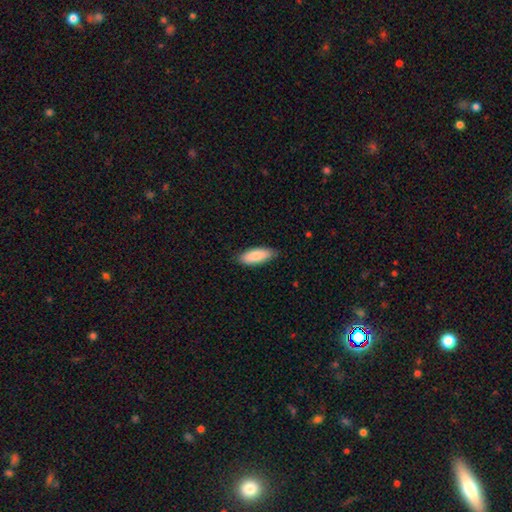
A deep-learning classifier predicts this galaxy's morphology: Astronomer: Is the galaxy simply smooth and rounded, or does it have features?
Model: smooth — 85%.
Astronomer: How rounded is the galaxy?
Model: in between — 76%.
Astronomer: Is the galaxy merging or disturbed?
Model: none — 82%.